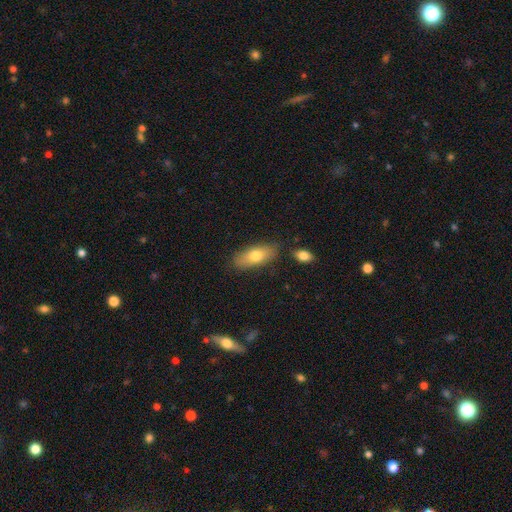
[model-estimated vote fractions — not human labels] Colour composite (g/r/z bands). It shows a smooth galaxy with no disk features (72%) that is in between round and cigar-shaped (80%). Merging: none (80%).